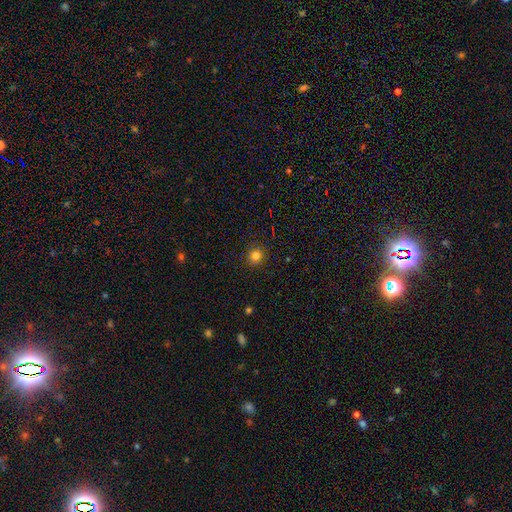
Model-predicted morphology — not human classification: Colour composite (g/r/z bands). It shows a smooth galaxy with no disk features (80%) that is round (91%). Merging: none (91%).